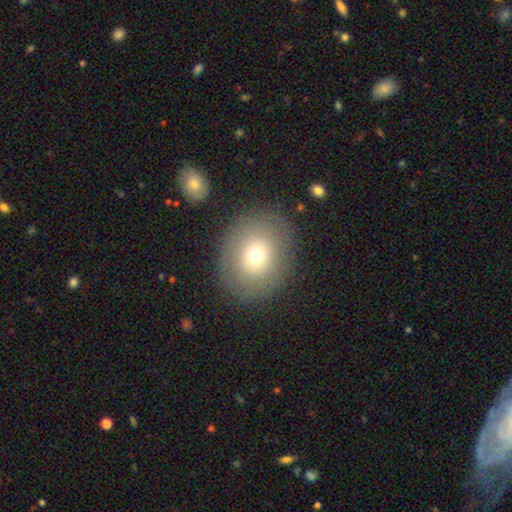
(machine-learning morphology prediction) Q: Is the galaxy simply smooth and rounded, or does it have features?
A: smooth — 69%.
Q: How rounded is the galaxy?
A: round — 55%.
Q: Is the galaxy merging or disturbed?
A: none — 83%.